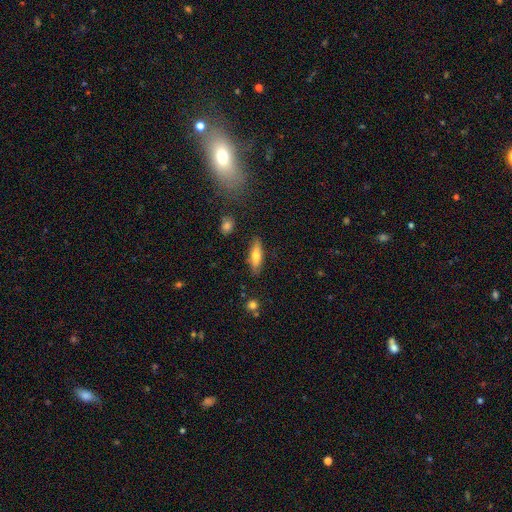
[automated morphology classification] Smooth or featured? Predicted: smooth (p=0.65). How rounded? Predicted: cigar-shaped (p=0.50). Merging? Predicted: none (p=0.83).